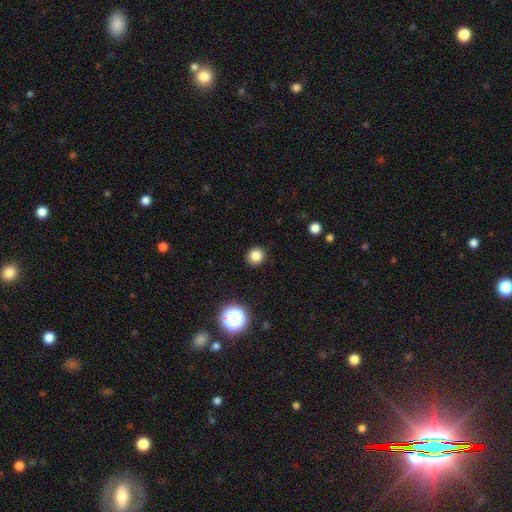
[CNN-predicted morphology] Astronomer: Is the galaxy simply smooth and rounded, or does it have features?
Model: smooth — 83%.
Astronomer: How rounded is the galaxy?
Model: round — 87%.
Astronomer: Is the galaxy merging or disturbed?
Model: none — 91%.